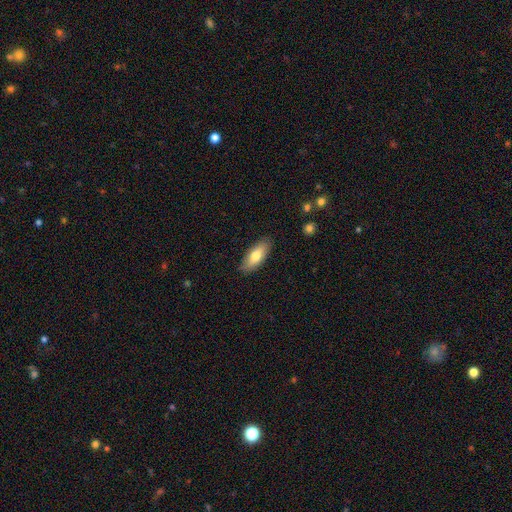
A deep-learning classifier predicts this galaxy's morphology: This appears to be a smooth galaxy with no disk features (74%) that is in between round and cigar-shaped (77%). Merging: none (87%).